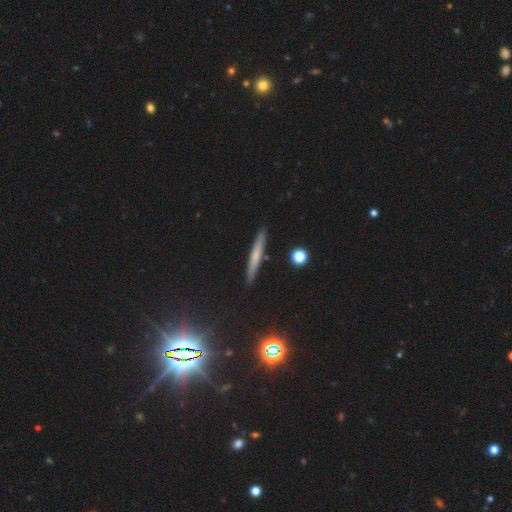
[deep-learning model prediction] Q: Smooth or featured?
A: smooth (52%); runner-up: featured or disk (38%)
Q: How rounded?
A: cigar-shaped (94%); runner-up: in between (3%)
Q: Merging?
A: none (89%); runner-up: minor disturbance (7%)